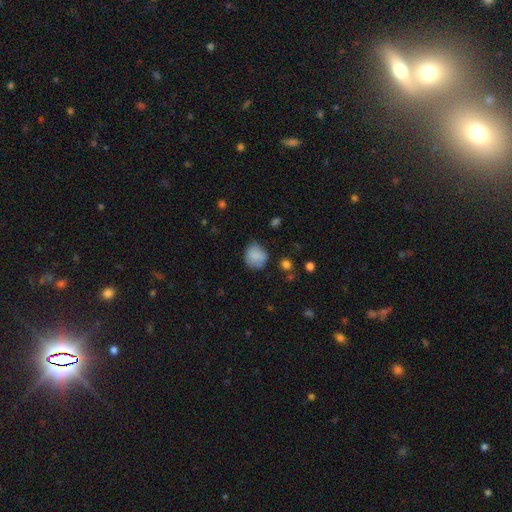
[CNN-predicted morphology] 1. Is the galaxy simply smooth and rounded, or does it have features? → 83% smooth, 9% star or artifact, 9% featured or disk.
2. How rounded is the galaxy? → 78% round, 21% in between, 1% cigar-shaped.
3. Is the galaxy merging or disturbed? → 66% none, 25% minor disturbance, 6% major disturbance, 3% merger.